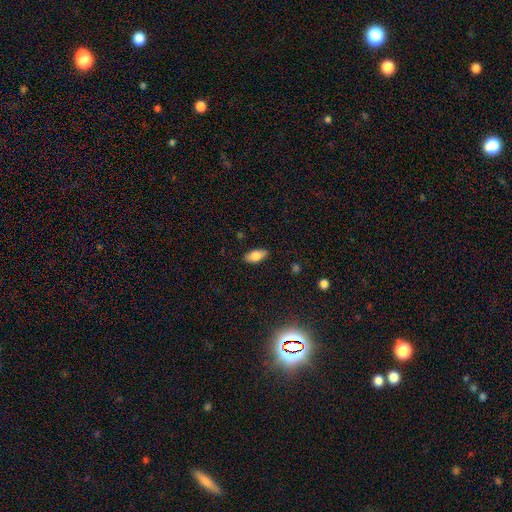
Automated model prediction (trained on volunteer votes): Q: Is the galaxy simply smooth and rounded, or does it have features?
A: smooth — 79%.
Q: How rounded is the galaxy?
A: in between — 89%.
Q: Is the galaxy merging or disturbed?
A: none — 86%.